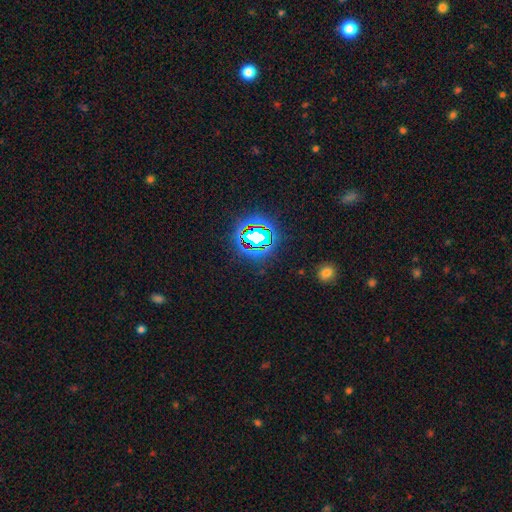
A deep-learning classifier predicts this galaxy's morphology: star or artifact 79%, smooth 14%, featured or disk 7%.